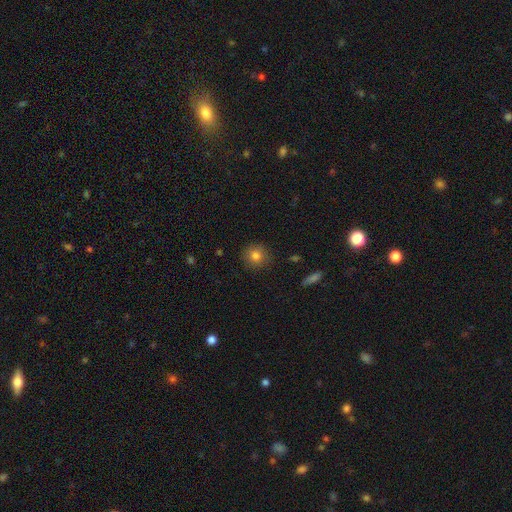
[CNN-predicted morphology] A smooth galaxy with no disk features (80%) that is round (92%). Merging: none (89%).